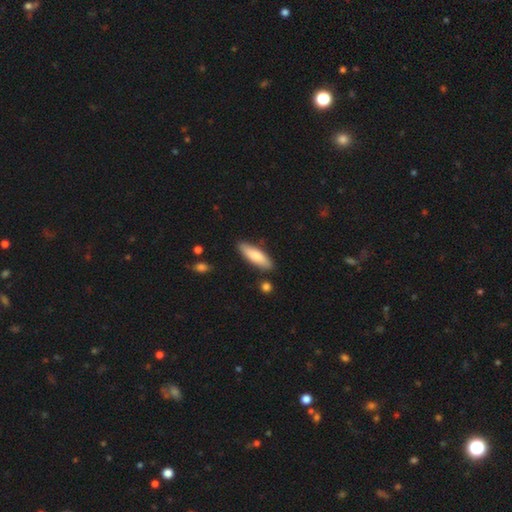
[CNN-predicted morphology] Smooth or featured? Predicted: smooth (p=0.76). How rounded? Predicted: cigar-shaped (p=0.55). Merging? Predicted: none (p=0.84).